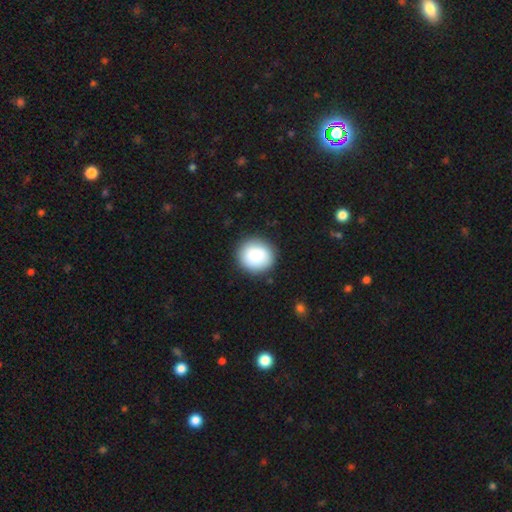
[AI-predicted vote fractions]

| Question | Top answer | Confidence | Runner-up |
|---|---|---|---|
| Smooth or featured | smooth | 88% | star or artifact (8%) |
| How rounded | round | 88% | in between (11%) |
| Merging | none | 89% | minor disturbance (7%) |